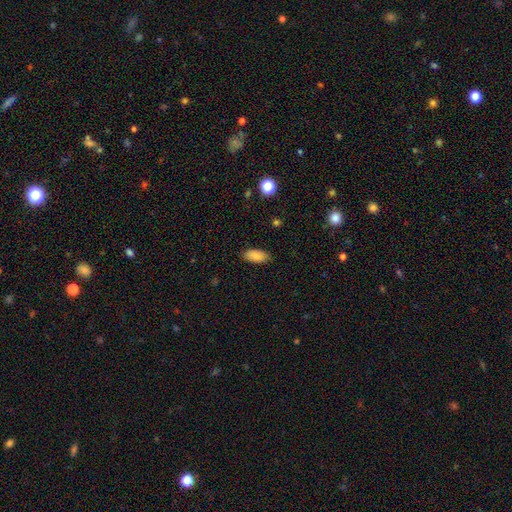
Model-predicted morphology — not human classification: Overall: smooth (85%). How rounded: in between (90%). Merging: none (87%).